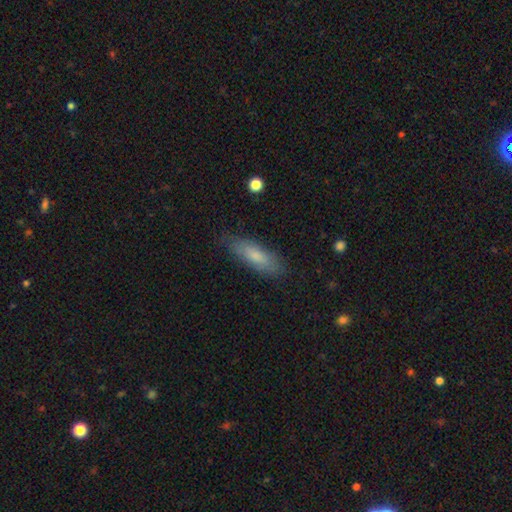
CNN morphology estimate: Q: Smooth or featured?
A: smooth (77%); runner-up: featured or disk (16%)
Q: How rounded?
A: cigar-shaped (52%); runner-up: in between (46%)
Q: Merging?
A: none (81%); runner-up: minor disturbance (14%)